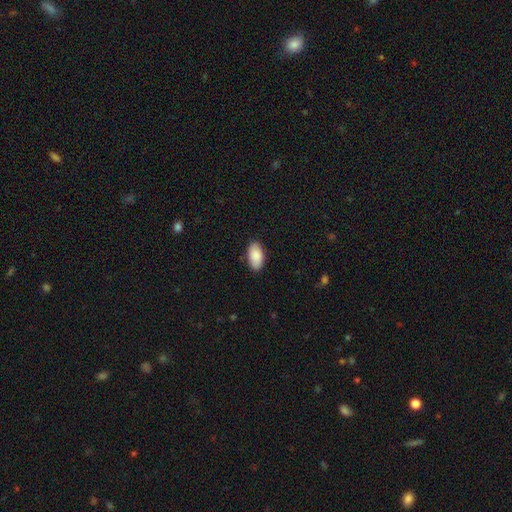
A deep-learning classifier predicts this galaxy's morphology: smooth-or-featured: smooth: 89% | star or artifact: 6% | featured or disk: 6%
  how-rounded: in between: 95% | round: 3% | cigar-shaped: 2%
  merging: none: 87% | minor disturbance: 10% | major disturbance: 2% | merger: 1%